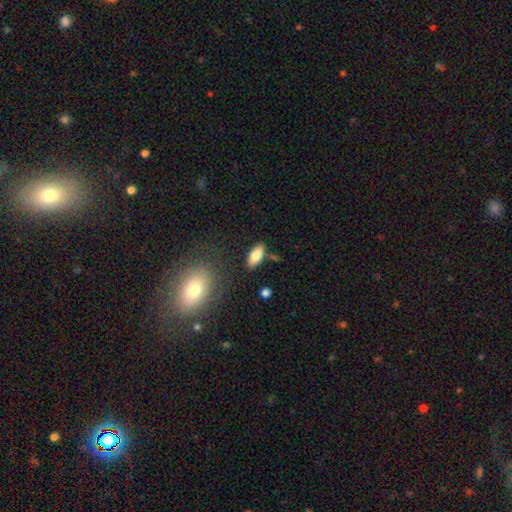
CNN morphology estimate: type=smooth (79%); roundness=in between (86%); merging=none (82%).